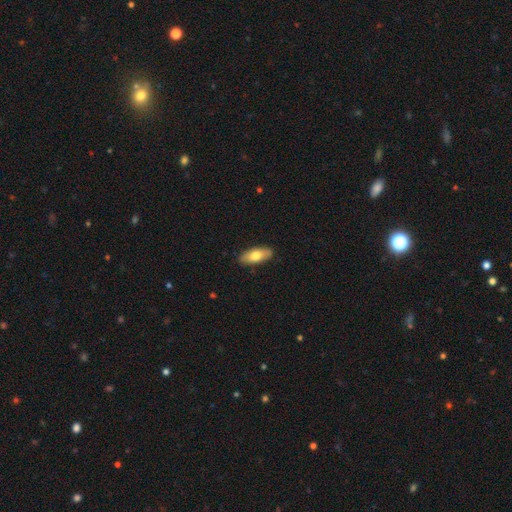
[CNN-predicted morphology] Smooth or featured: smooth — 73% (featured or disk — 22%)
How rounded: in between — 81% (cigar-shaped — 16%)
Merging: none — 87% (minor disturbance — 10%)